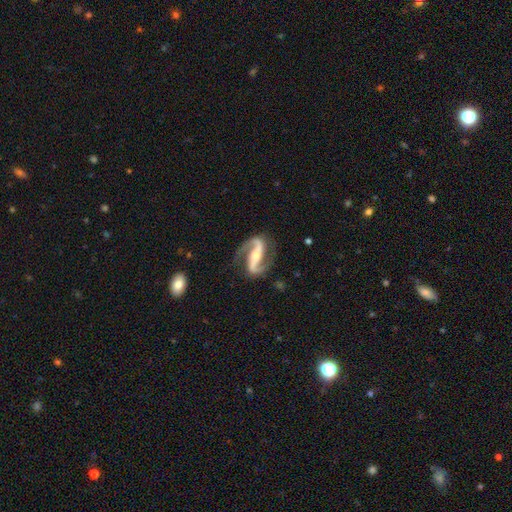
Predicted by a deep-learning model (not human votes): Q: Smooth or featured?
A: featured or disk (92%); runner-up: star or artifact (4%)
Q: Edge-on disk?
A: no (96%); runner-up: yes (4%)
Q: Bar?
A: strong (61%); runner-up: weak (21%)
Q: Spiral arms?
A: yes (98%); runner-up: no (2%)
Q: Spiral winding?
A: medium (50%); runner-up: loose (36%)
Q: Spiral arm count?
A: 2 (94%); runner-up: 1 (2%)
Q: Bulge size?
A: moderate (52%); runner-up: small (41%)
Q: Merging?
A: none (81%); runner-up: minor disturbance (12%)